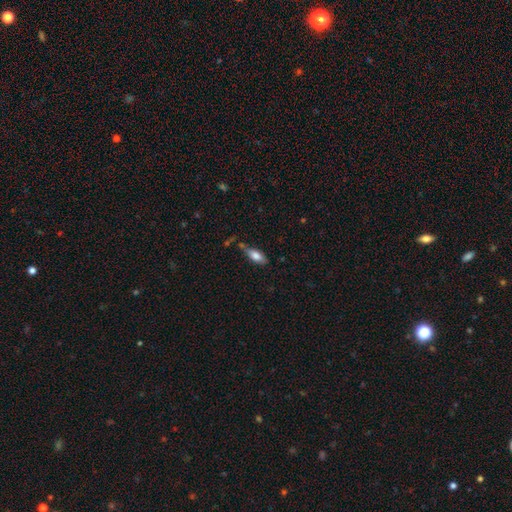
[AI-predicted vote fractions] Smooth or featured? smooth (75%)
How rounded? in between (75%)
Merging? none (63%)